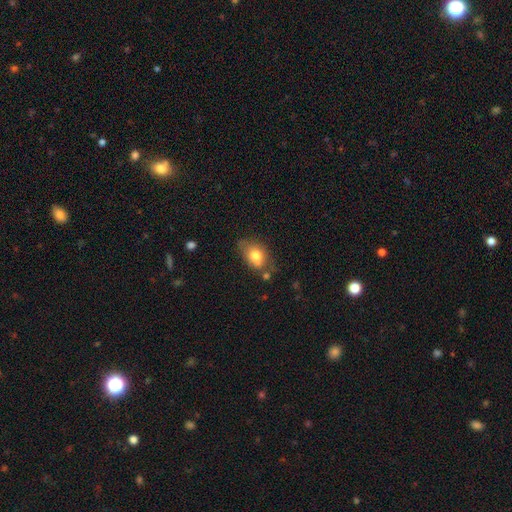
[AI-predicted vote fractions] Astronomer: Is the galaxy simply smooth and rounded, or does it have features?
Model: smooth — 75%.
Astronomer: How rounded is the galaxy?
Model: in between — 78%.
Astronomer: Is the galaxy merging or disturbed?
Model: none — 51% (runner-up: minor disturbance, 29%).